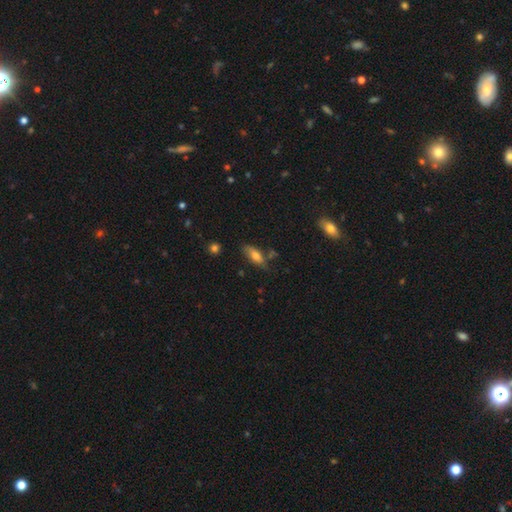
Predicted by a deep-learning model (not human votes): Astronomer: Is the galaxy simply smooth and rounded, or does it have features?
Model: smooth — 63%.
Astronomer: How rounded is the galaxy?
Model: in between — 71%.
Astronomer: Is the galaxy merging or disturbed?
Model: none — 62%.